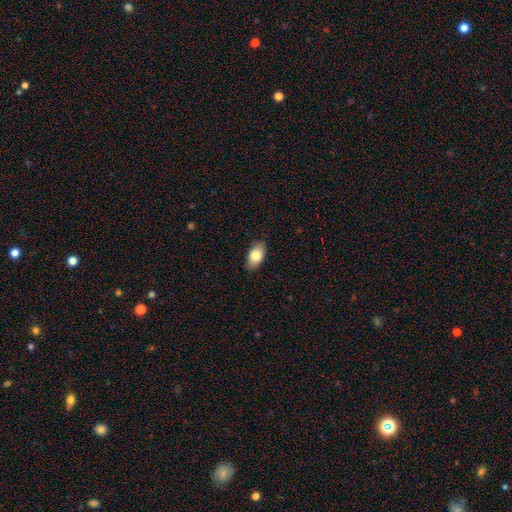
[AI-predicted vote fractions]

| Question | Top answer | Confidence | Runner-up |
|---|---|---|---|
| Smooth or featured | smooth | 79% | featured or disk (14%) |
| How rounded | in between | 93% | round (5%) |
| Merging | none | 85% | minor disturbance (12%) |